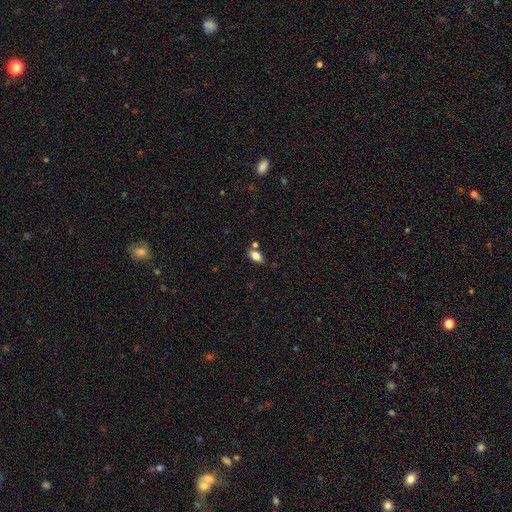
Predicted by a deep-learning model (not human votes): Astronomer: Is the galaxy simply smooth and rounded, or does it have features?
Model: smooth — 82%.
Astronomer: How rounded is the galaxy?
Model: in between — 89%.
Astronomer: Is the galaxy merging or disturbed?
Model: none — 66%.